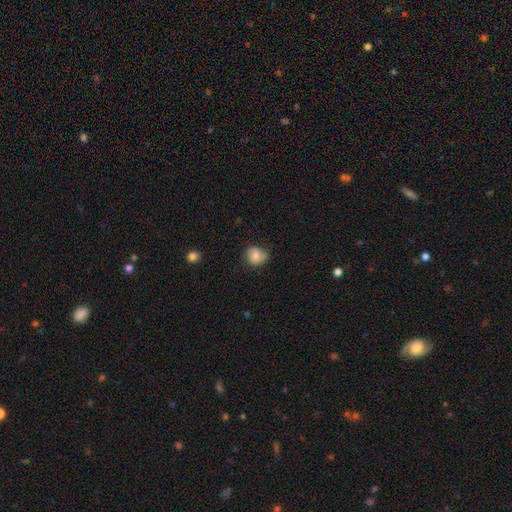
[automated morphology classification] smooth 74%, featured or disk 18%, star or artifact 9%. Down the decision tree: how rounded — round (69%); merging — none (65%).